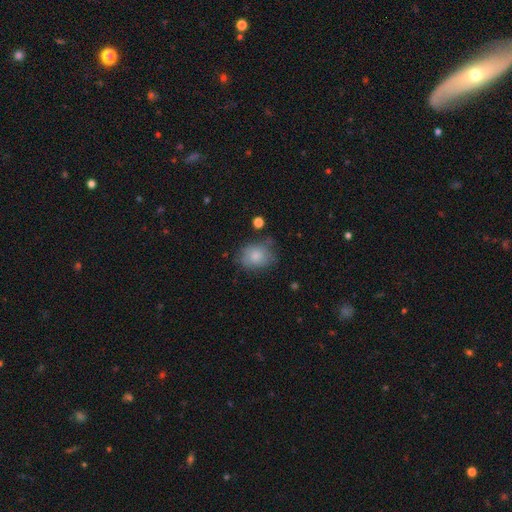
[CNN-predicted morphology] Q: Smooth or featured?
A: smooth (80%); runner-up: featured or disk (12%)
Q: How rounded?
A: in between (52%); runner-up: round (47%)
Q: Merging?
A: none (64%); runner-up: minor disturbance (25%)